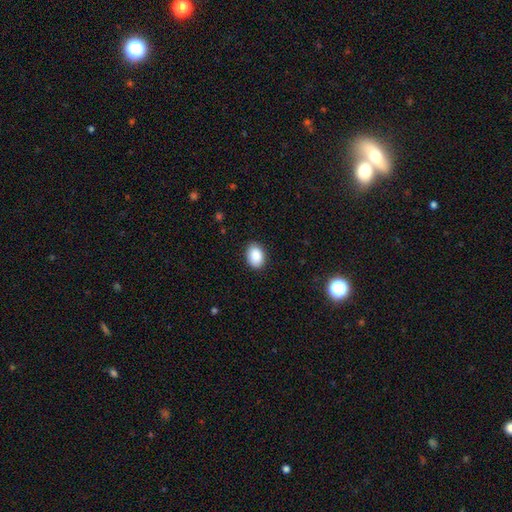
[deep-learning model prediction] Overall: smooth (90%). How rounded: in between (81%). Merging: none (88%).